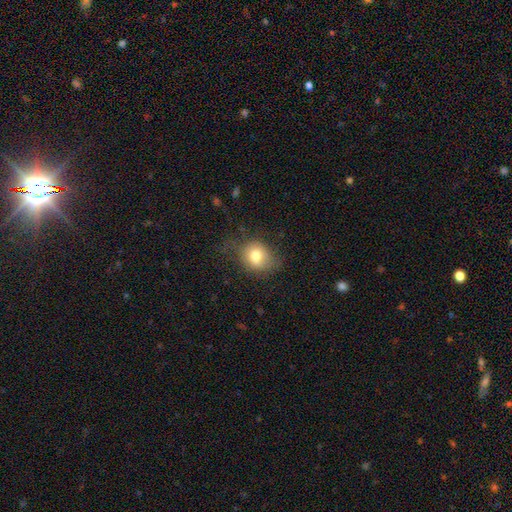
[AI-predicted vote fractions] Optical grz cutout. It shows a smooth galaxy with no disk features (75%) that is round (59%). Merging: none (60%).